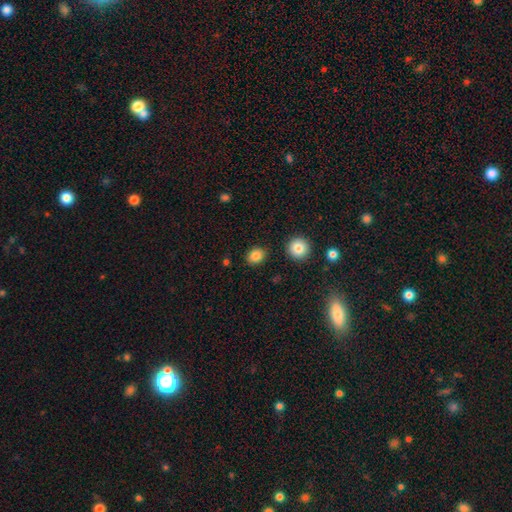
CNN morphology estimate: The model was most divided on "how rounded": round: 60%, in between: 39%, cigar-shaped: 1%. More confident: merging — none (87%); smooth or featured — smooth (85%).